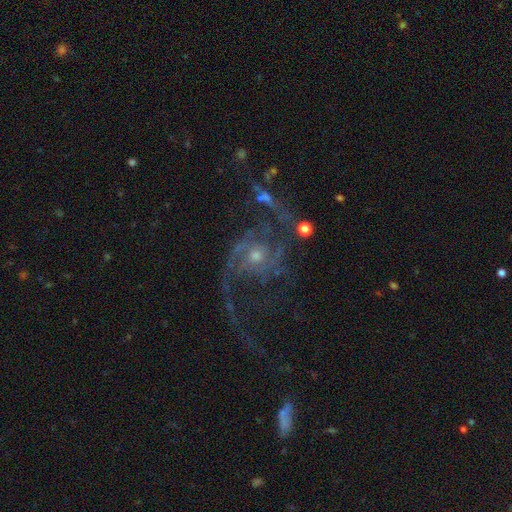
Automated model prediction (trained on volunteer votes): Smooth or featured: featured or disk — 86% (star or artifact — 8%)
Edge-on disk: no — 97% (yes — 3%)
Bar: no — 70% (weak — 24%)
Spiral arms: yes — 94% (no — 6%)
Spiral winding: loose — 43% (medium — 42%)
Spiral arm count: 2 — 62% (3 — 11%)
Bulge size: small — 51% (moderate — 43%)
Merging: none — 48% (major disturbance — 29%)